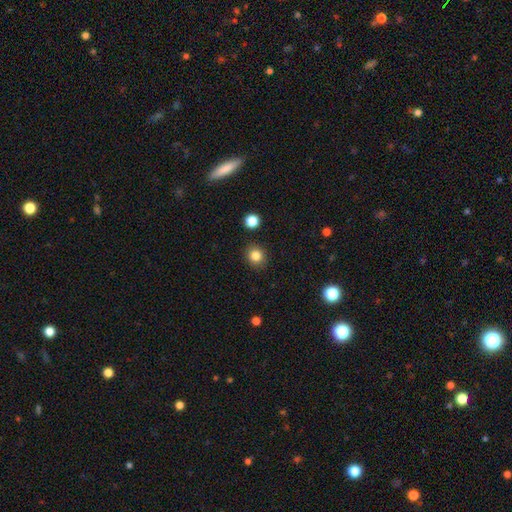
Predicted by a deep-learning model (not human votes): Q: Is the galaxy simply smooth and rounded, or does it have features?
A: smooth — 83%.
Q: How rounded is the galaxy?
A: round — 81%.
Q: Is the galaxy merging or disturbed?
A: none — 90%.